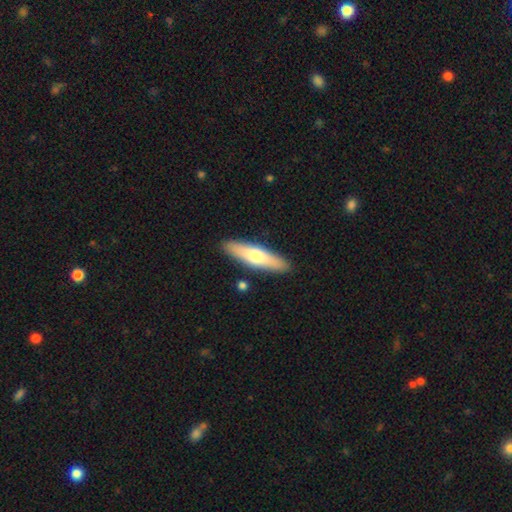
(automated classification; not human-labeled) This appears to be a smooth galaxy with no disk features (61%) that is cigar-shaped (73%). Merging: none (89%).